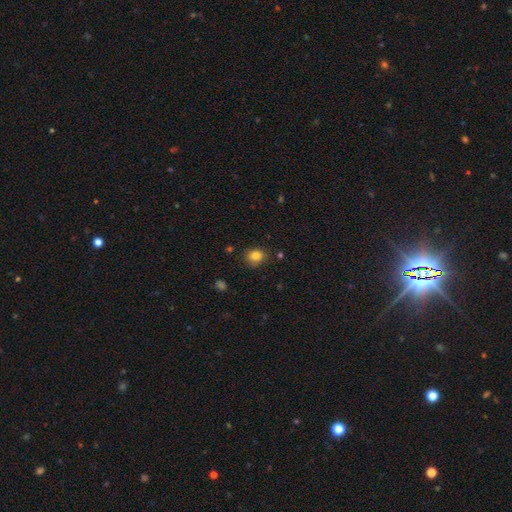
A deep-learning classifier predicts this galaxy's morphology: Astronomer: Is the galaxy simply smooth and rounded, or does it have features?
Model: smooth — 82%.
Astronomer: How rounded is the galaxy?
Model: round — 62% (runner-up: in between, 37%).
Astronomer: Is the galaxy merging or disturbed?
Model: none — 80%.